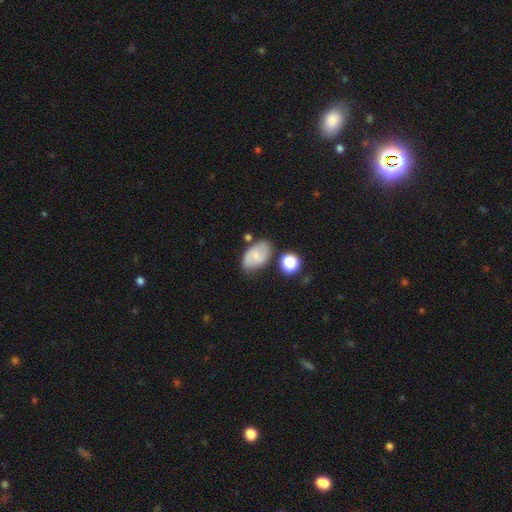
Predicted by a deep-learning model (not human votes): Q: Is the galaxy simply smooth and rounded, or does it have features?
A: smooth — 51%.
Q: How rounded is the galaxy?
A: in between — 87%.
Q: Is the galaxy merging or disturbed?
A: none — 66%.